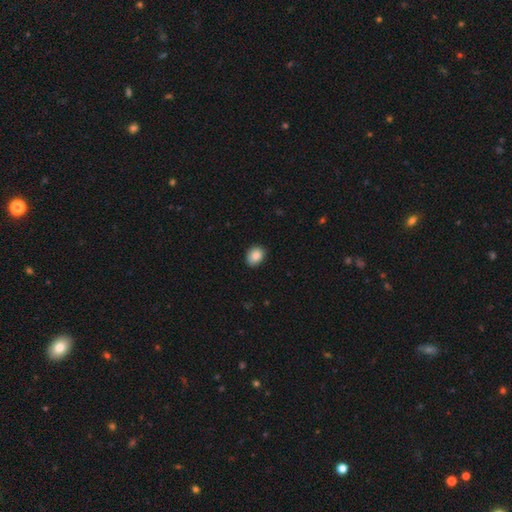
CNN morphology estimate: A smooth galaxy with no disk features (88%) that is in between round and cigar-shaped (58%). Merging: none (83%).